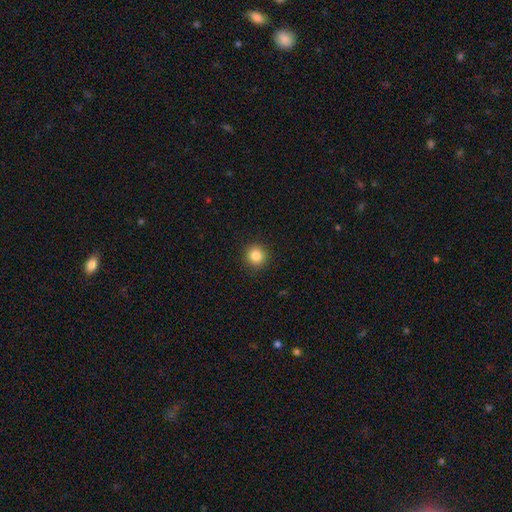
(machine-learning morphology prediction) This is clearly a smooth galaxy (84%). How rounded: clearly round (94%). Merging: clearly none (92%).